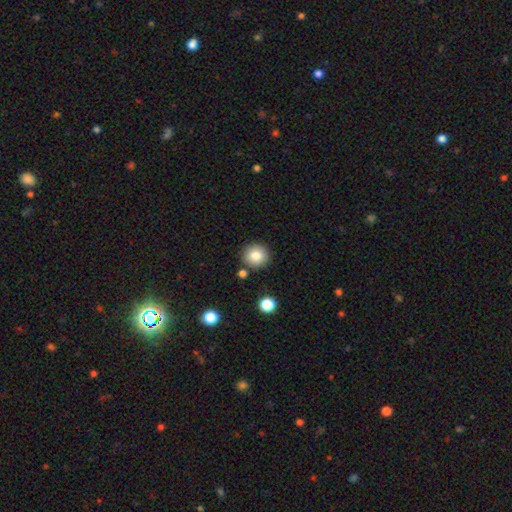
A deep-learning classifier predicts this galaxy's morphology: smooth 82%, star or artifact 10%, featured or disk 8%. Down the decision tree: how rounded — round (93%); merging — none (85%).